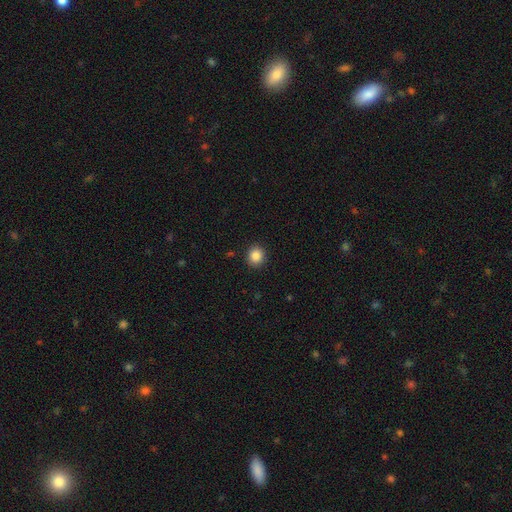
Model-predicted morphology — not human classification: A smooth galaxy with no disk features (86%) that is round (83%). Merging: none (91%).